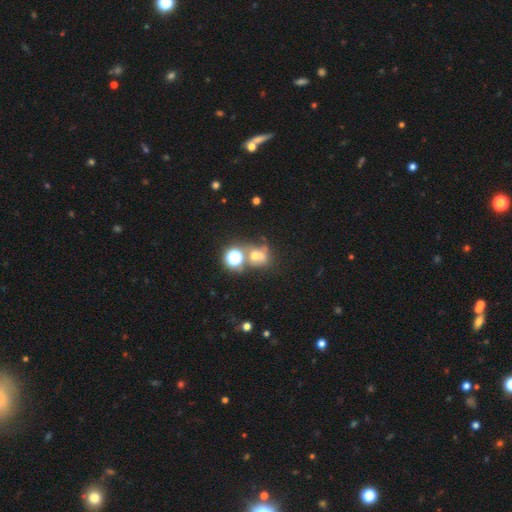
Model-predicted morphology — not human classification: Q: Smooth or featured?
A: smooth (43%); runner-up: star or artifact (35%)
Q: Merging?
A: merger (39%); runner-up: none (38%)